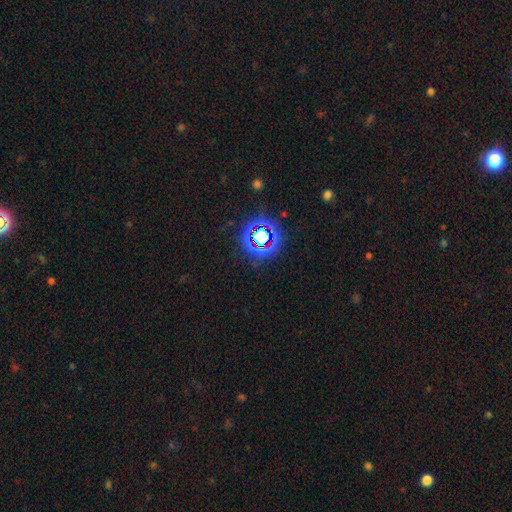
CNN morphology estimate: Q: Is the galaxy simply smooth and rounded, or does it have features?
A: star or artifact — 69%.